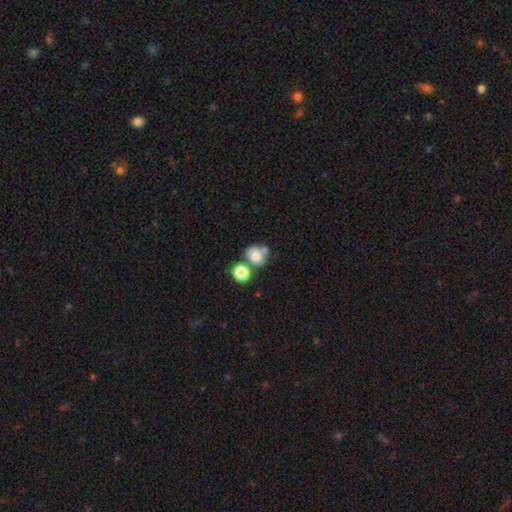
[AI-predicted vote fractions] This is likely a smooth galaxy (74%). How rounded: likely round (74%). Merging: marginally none (44%).